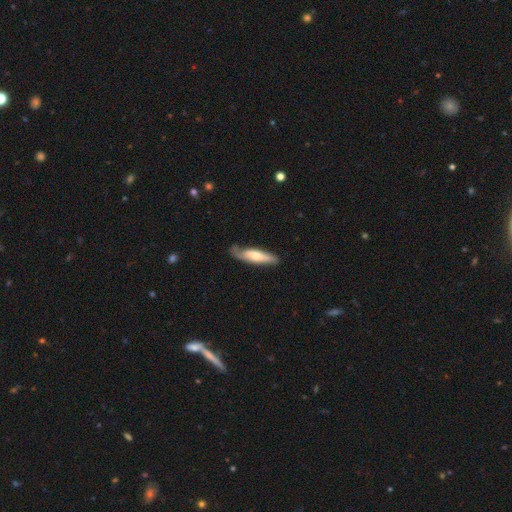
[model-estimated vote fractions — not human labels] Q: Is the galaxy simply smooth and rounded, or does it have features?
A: smooth — 52%.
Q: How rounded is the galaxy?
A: cigar-shaped — 65%.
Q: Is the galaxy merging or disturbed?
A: none — 59%.